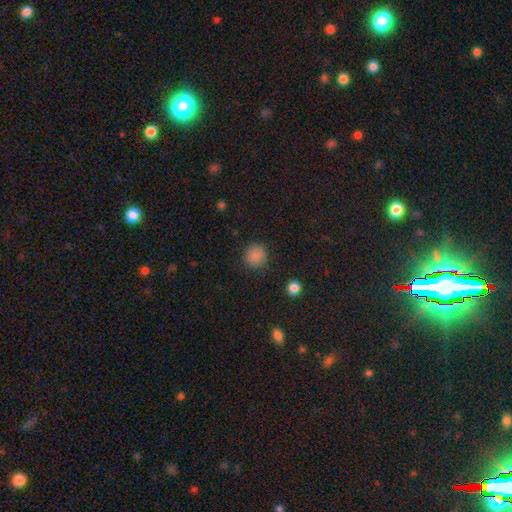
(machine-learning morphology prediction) type=smooth (85%); roundness=round (90%); merging=none (88%).